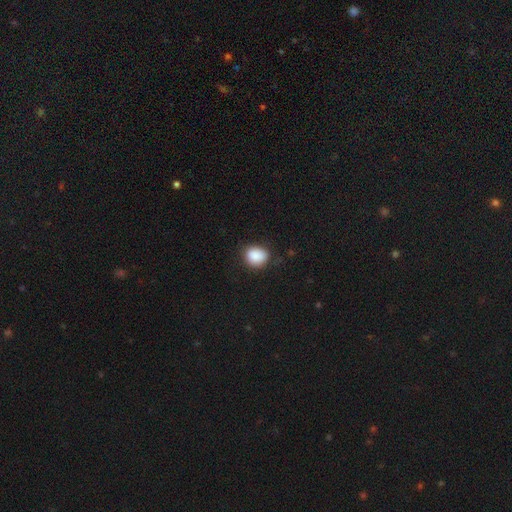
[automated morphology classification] smooth 88%, star or artifact 8%, featured or disk 4%. Down the decision tree: how rounded — round (58%); merging — none (75%).